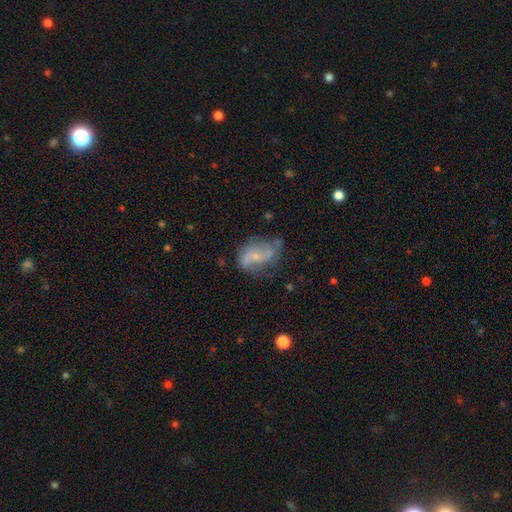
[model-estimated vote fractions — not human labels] A featured or disk galaxy (68%) with no bar (59%), 2 (81%) loose (54%) spiral arms (85%) and a small central bulge (62%).

Vote fractions:
- Smooth or featured? featured or disk: 68% / smooth: 24% / star or artifact: 9%
- Edge-on disk? no: 97% / yes: 3%
- Bar? no: 59% / weak: 33% / strong: 8%
- Spiral arms? yes: 85% / no: 15%
- Spiral winding? loose: 54% / medium: 34% / tight: 12%
- Spiral arm count? 2: 81% / can't tell: 10% / 1: 3% / 3: 3% / 4: 1% / more than 4: 1%
- Bulge size? small: 62% / moderate: 21% / none: 14% / large: 2% / dominant: 1%
- Merging? none: 54% / minor disturbance: 26% / major disturbance: 16% / merger: 4%